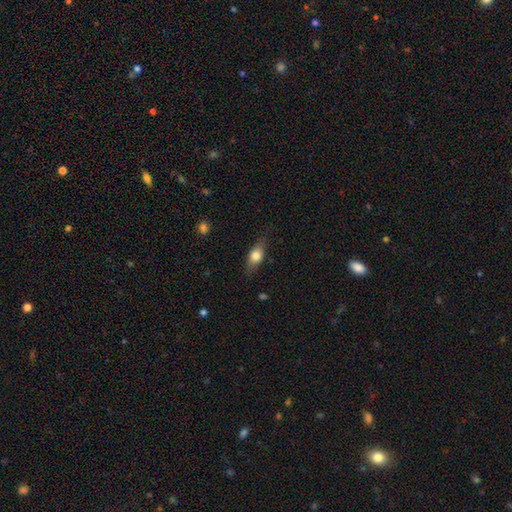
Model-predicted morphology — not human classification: Smooth or featured? Predicted: smooth (p=0.73). How rounded? Predicted: in between (p=0.75). Merging? Predicted: none (p=0.76).